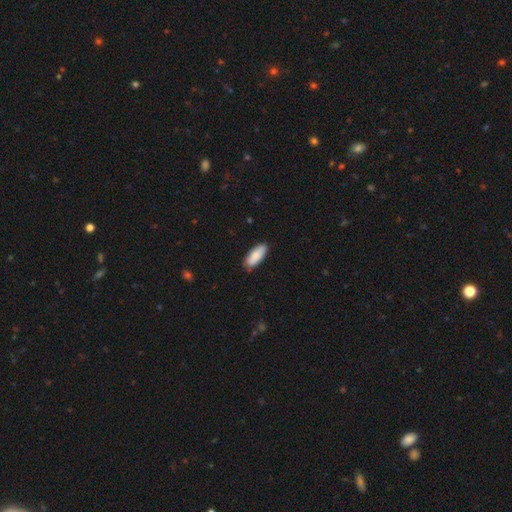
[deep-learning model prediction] A smooth galaxy with no disk features (86%) that is in between round and cigar-shaped (78%). Merging: none (83%).